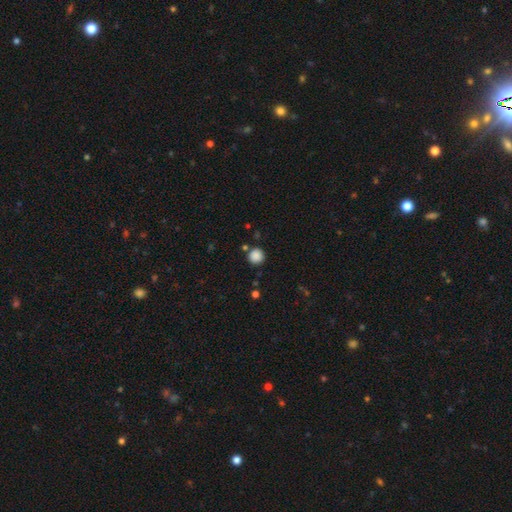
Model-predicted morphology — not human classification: Q: Smooth or featured?
A: smooth (87%); runner-up: star or artifact (10%)
Q: How rounded?
A: round (94%); runner-up: in between (5%)
Q: Merging?
A: none (84%); runner-up: minor disturbance (8%)